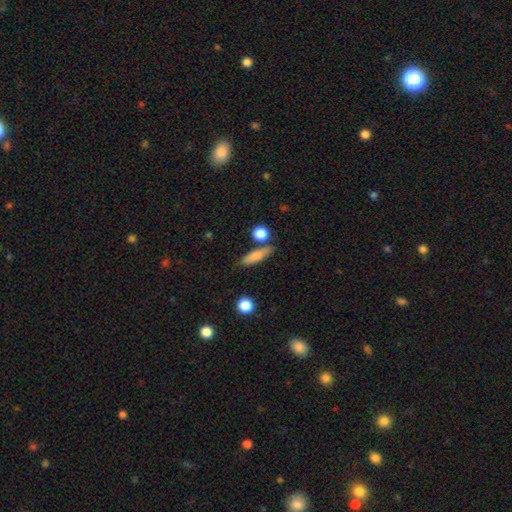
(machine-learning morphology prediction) The model was most divided on "how rounded": cigar-shaped: 52%, in between: 42%, round: 6%. More confident: smooth or featured — smooth (76%); merging — none (73%).